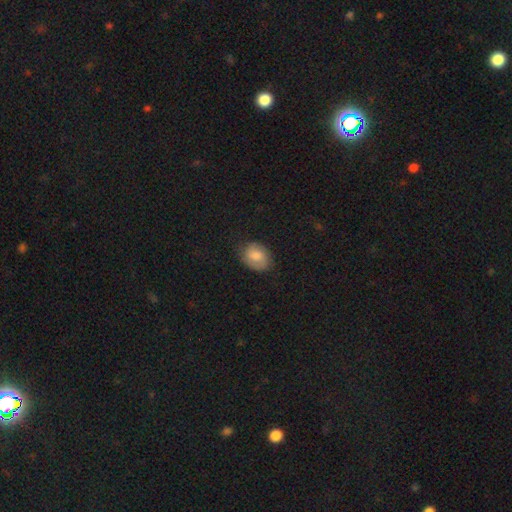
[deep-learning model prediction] smooth-or-featured: smooth: 67% | featured or disk: 26% | star or artifact: 7%
  how-rounded: in between: 61% | round: 38% | cigar-shaped: 1%
  merging: none: 75% | minor disturbance: 19% | major disturbance: 5% | merger: 1%